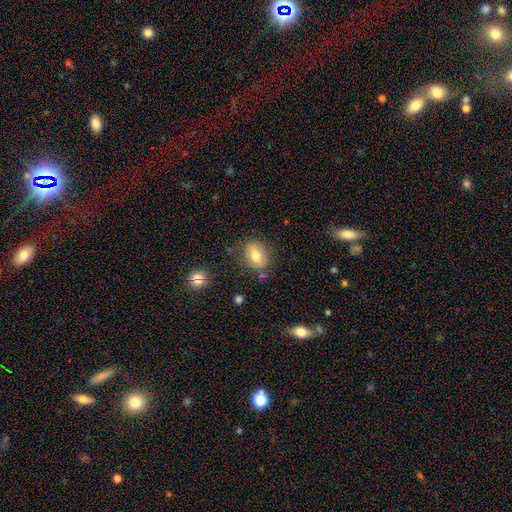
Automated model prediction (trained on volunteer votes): Smooth or featured: smooth — 69% (featured or disk — 23%)
How rounded: in between — 68% (round — 30%)
Merging: none — 73% (minor disturbance — 17%)